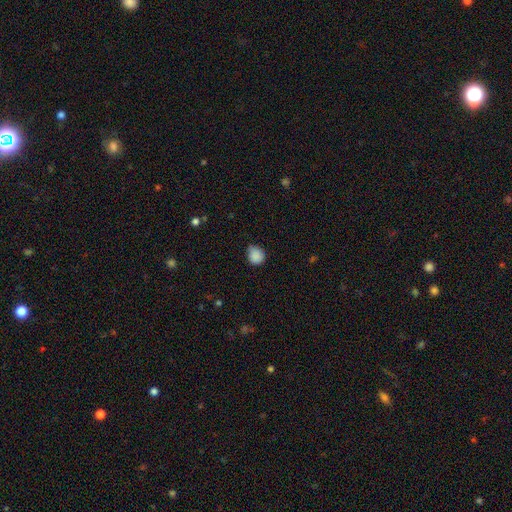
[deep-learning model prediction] smooth_or_featured: smooth (p=0.86) [alt: star or artifact p=0.09]
how_rounded: round (p=0.77) [alt: in between p=0.22]
merging: none (p=0.57) [alt: minor disturbance p=0.35]